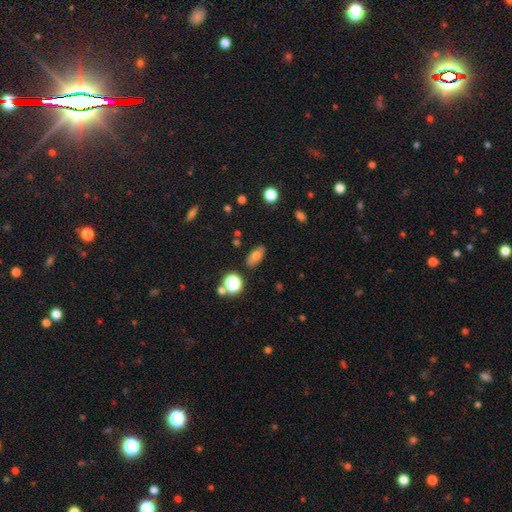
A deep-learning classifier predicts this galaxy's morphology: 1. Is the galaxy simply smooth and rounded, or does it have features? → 71% smooth, 17% featured or disk, 13% star or artifact.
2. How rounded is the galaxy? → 86% in between, 9% round, 5% cigar-shaped.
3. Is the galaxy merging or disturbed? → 82% none, 12% minor disturbance, 3% major disturbance, 3% merger.